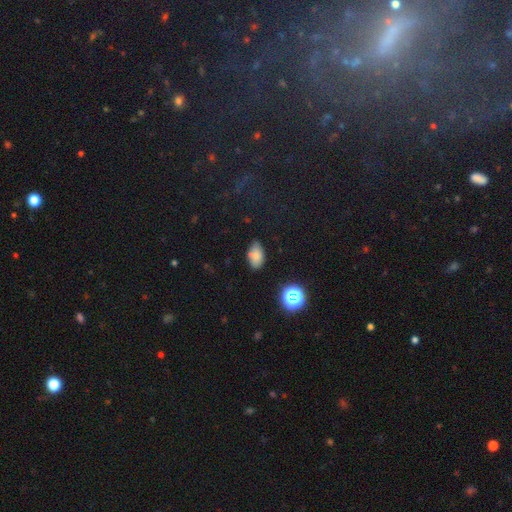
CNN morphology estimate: Smooth or featured: smooth — 75% (star or artifact — 14%)
How rounded: in between — 90% (round — 8%)
Merging: none — 70% (minor disturbance — 21%)